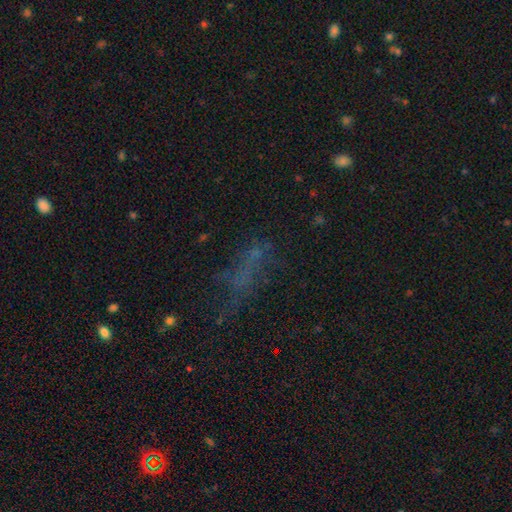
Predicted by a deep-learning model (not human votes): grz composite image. It shows a smooth galaxy with no disk features (37%). Merging: none (48%).